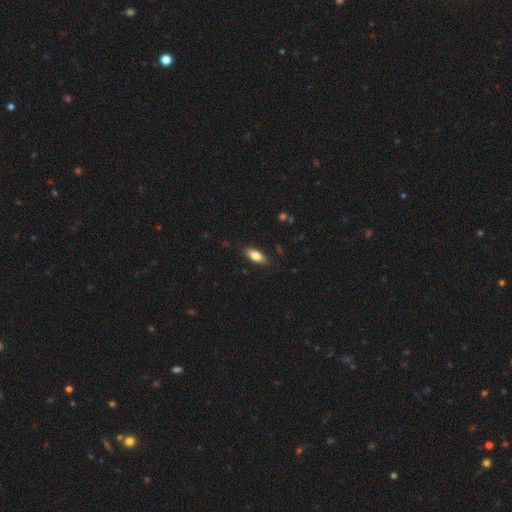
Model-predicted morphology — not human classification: Smooth or featured?
  - smooth: 79% *
  - featured or disk: 15%
  - star or artifact: 7%
How rounded?
  - in between: 78% *
  - cigar-shaped: 20%
  - round: 2%
Merging?
  - none: 86% *
  - minor disturbance: 11%
  - major disturbance: 2%
  - merger: 1%